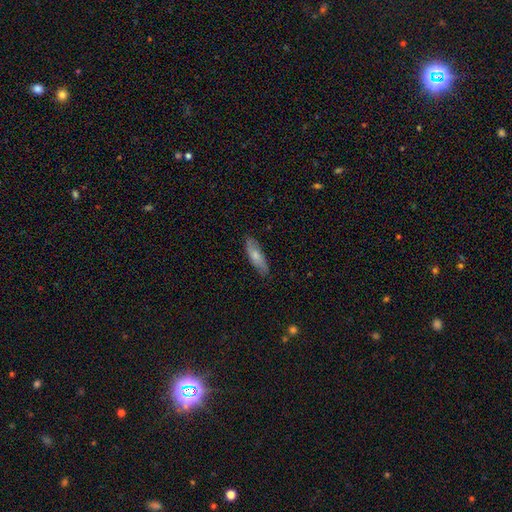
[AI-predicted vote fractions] The model was most divided on "how rounded": in between: 55%, cigar-shaped: 43%, round: 2%. More confident: merging — none (80%); smooth or featured — smooth (66%).